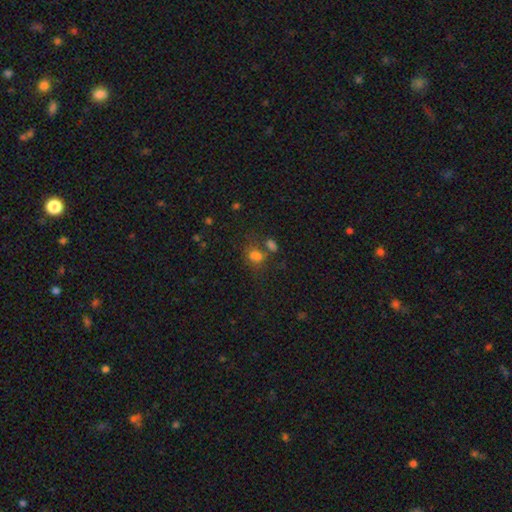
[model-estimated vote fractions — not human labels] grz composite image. It shows a smooth galaxy with no disk features (69%) that is in between round and cigar-shaped (70%). Merging: none (39%).